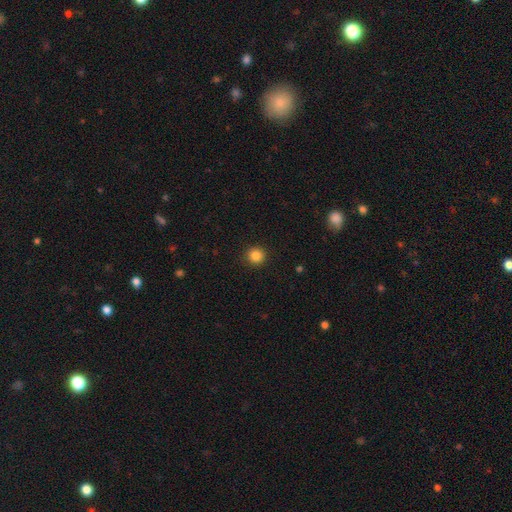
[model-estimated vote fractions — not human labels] Smooth or featured? Predicted: smooth (p=0.85). How rounded? Predicted: round (p=0.94). Merging? Predicted: none (p=0.92).